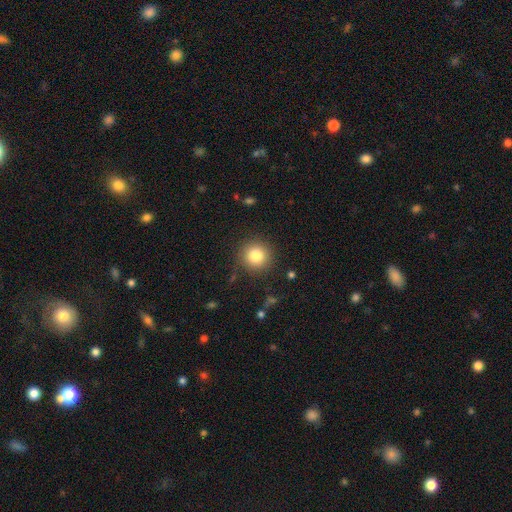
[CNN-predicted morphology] The model was most divided on "smooth or featured": smooth: 82%, star or artifact: 11%, featured or disk: 7%. More confident: how rounded — round (94%); merging — none (88%).